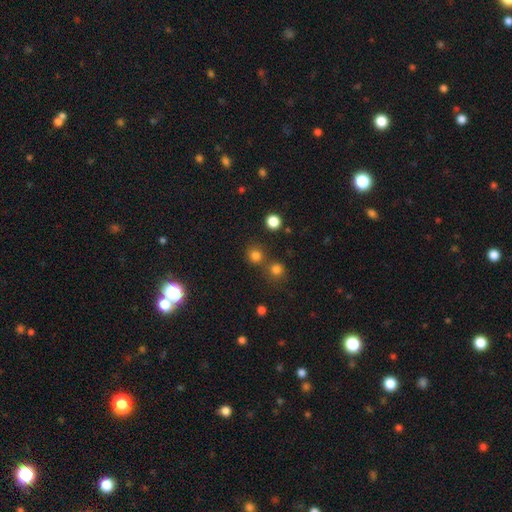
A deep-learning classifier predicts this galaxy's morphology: Smooth or featured: smooth — 77% (star or artifact — 18%)
How rounded: round — 90% (in between — 10%)
Merging: none — 68% (merger — 22%)